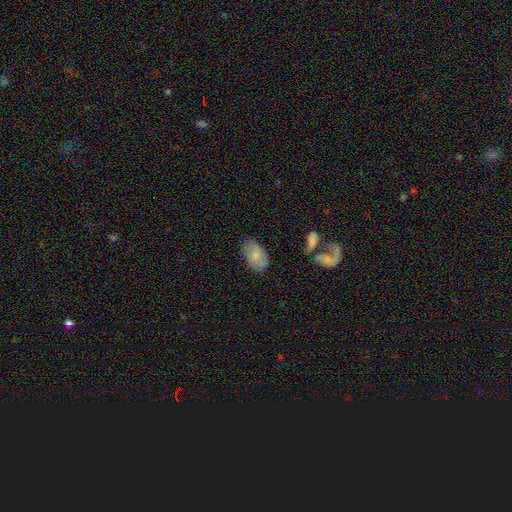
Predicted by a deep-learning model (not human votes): This is likely a smooth galaxy (74%). How rounded: clearly in between (91%). Merging: likely none (74%).